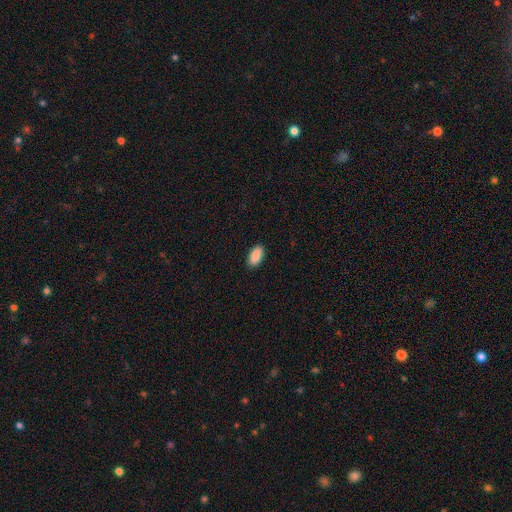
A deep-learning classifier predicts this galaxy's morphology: Q: Smooth or featured?
A: smooth (91%); runner-up: star or artifact (6%)
Q: How rounded?
A: in between (93%); runner-up: cigar-shaped (4%)
Q: Merging?
A: none (89%); runner-up: minor disturbance (8%)